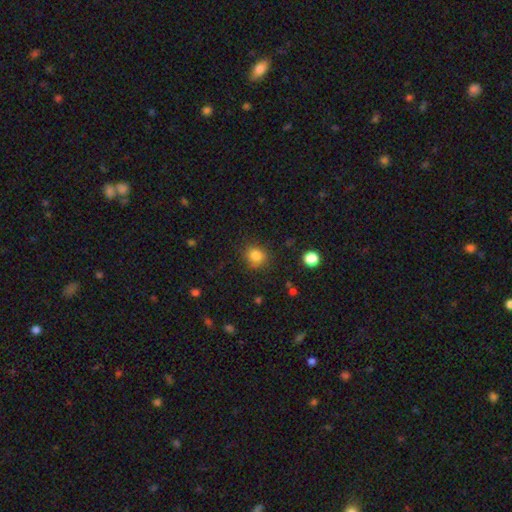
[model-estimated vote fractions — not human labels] smooth-or-featured: smooth: 83% | star or artifact: 12% | featured or disk: 5%
  how-rounded: round: 78% | in between: 21% | cigar-shaped: 1%
  merging: none: 82% | minor disturbance: 13% | major disturbance: 4% | merger: 2%